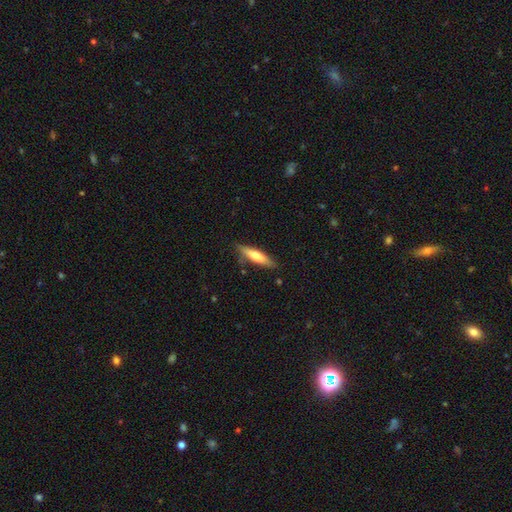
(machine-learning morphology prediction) type=smooth (57%); roundness=cigar-shaped (76%); merging=none (78%).